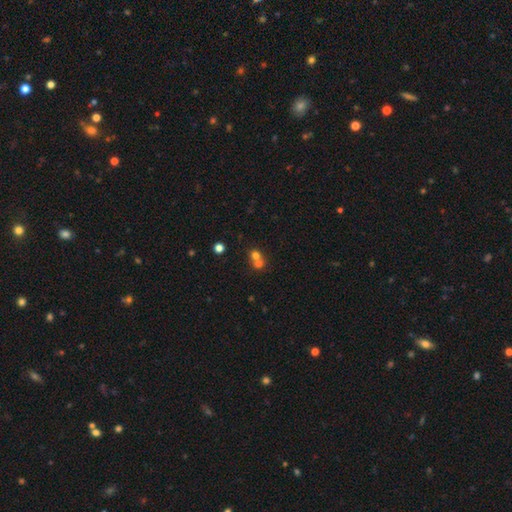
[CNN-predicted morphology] A smooth galaxy with no disk features (69%) that is round (79%).

Vote fractions:
- Smooth or featured? smooth: 69% / star or artifact: 15% / featured or disk: 15%
- How rounded? round: 79% / in between: 20% / cigar-shaped: 1%
- Merging? merger: 61% / none: 32% / minor disturbance: 5% / major disturbance: 2%